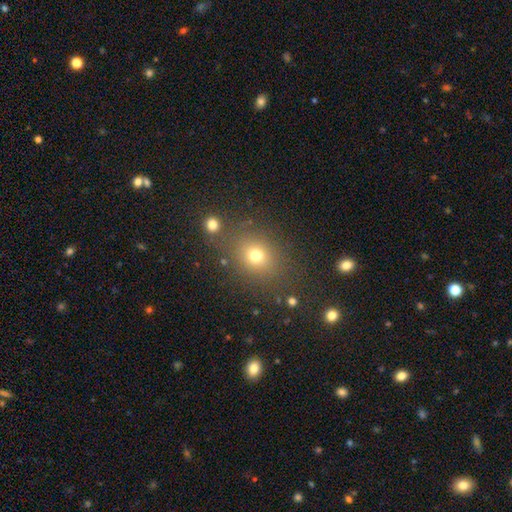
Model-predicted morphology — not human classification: smooth-or-featured: smooth: 71% | star or artifact: 20% | featured or disk: 9%
  how-rounded: round: 63% | in between: 36% | cigar-shaped: 1%
  merging: none: 78% | minor disturbance: 10% | merger: 7% | major disturbance: 5%